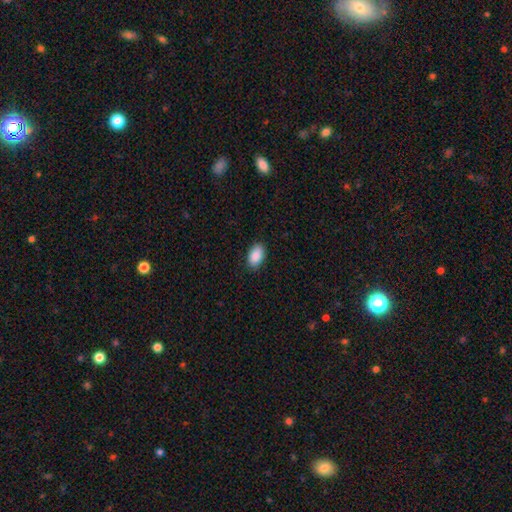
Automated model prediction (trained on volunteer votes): Smooth or featured: smooth — 90% (star or artifact — 7%)
How rounded: in between — 92% (round — 6%)
Merging: none — 88% (minor disturbance — 9%)